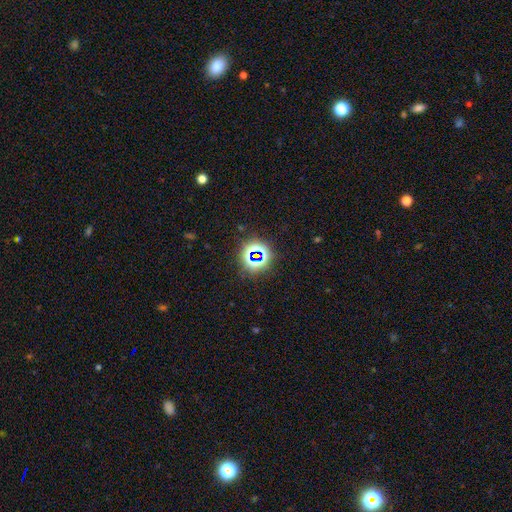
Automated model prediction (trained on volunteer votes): smooth-or-featured: star or artifact: 72% | smooth: 19% | featured or disk: 9%